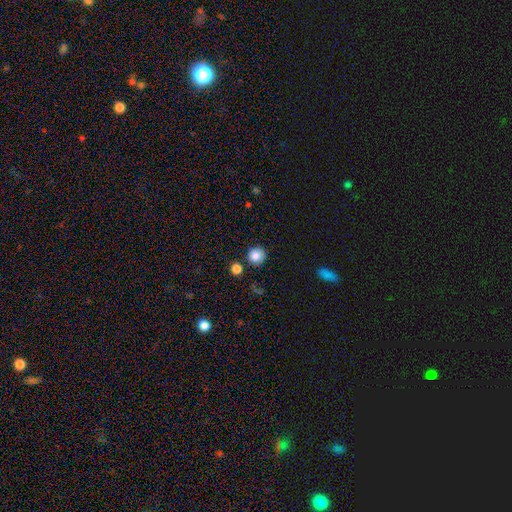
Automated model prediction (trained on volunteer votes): A smooth galaxy with no disk features (84%) that is round (92%).

Vote fractions:
- Smooth or featured? smooth: 84% / star or artifact: 10% / featured or disk: 6%
- How rounded? round: 92% / in between: 7% / cigar-shaped: 1%
- Merging? none: 82% / minor disturbance: 11% / merger: 5% / major disturbance: 3%